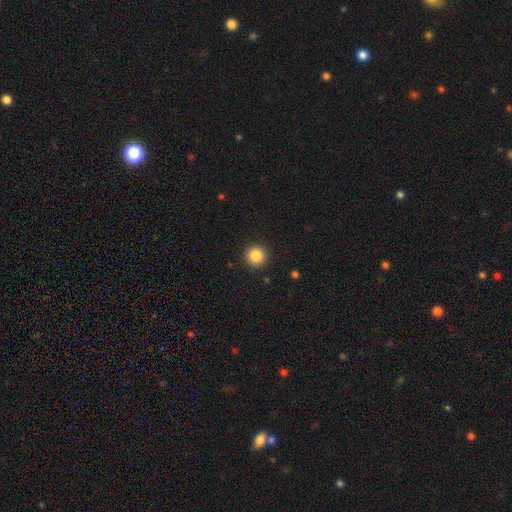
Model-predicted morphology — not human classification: The model was most divided on "smooth or featured": smooth: 86%, star or artifact: 10%, featured or disk: 4%. More confident: how rounded — round (96%); merging — none (93%).